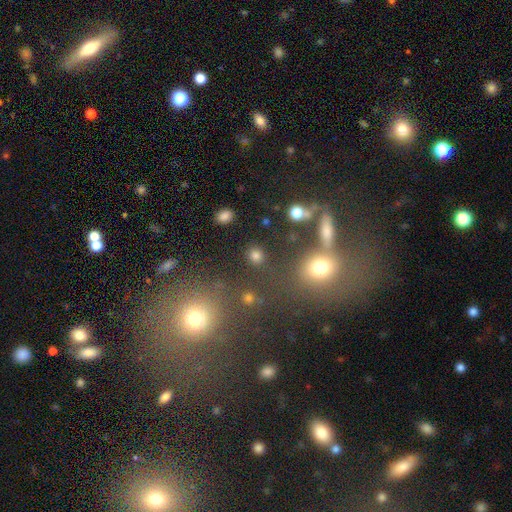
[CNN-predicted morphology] A smooth galaxy with no disk features (78%) that is round (79%).

Vote fractions:
- Smooth or featured? smooth: 78% / star or artifact: 16% / featured or disk: 6%
- How rounded? round: 79% / in between: 20% / cigar-shaped: 2%
- Merging? none: 83% / minor disturbance: 8% / merger: 6% / major disturbance: 4%